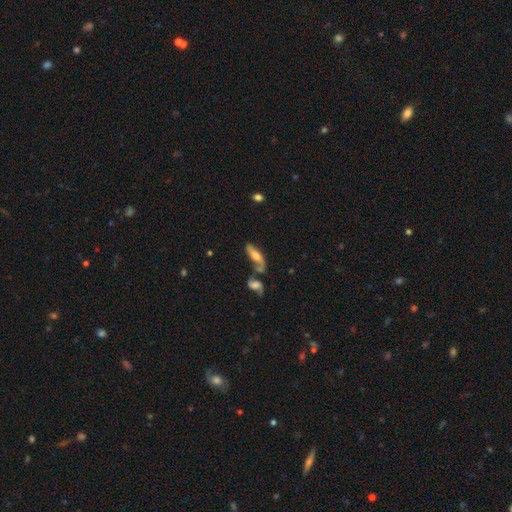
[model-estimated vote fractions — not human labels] A smooth galaxy with no disk features (48%).

Vote fractions:
- Smooth or featured? smooth: 48% / featured or disk: 43% / star or artifact: 8%
- Merging? merger: 40% / none: 35% / minor disturbance: 15% / major disturbance: 10%